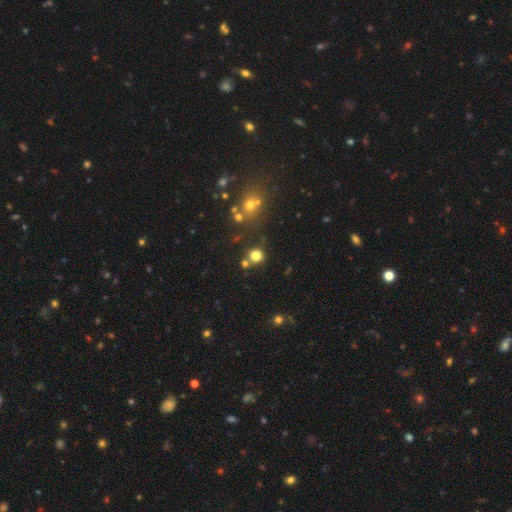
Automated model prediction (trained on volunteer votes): A smooth galaxy with no disk features (77%) that is round (91%). Merging: none (74%).